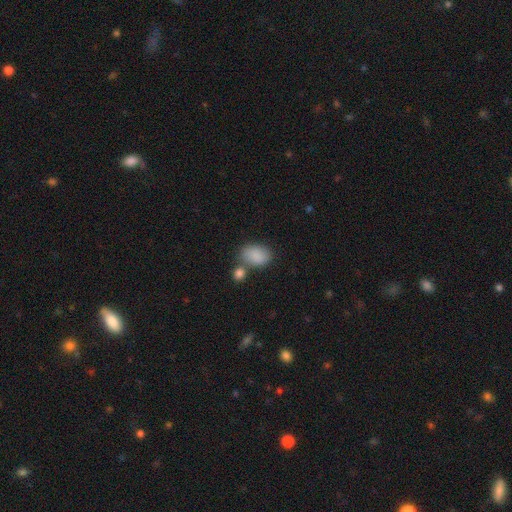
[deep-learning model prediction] Smooth or featured?
  - smooth: 87% *
  - star or artifact: 7%
  - featured or disk: 6%
How rounded?
  - in between: 84% *
  - round: 15%
  - cigar-shaped: 1%
Merging?
  - none: 54% *
  - merger: 25%
  - minor disturbance: 16%
  - major disturbance: 5%